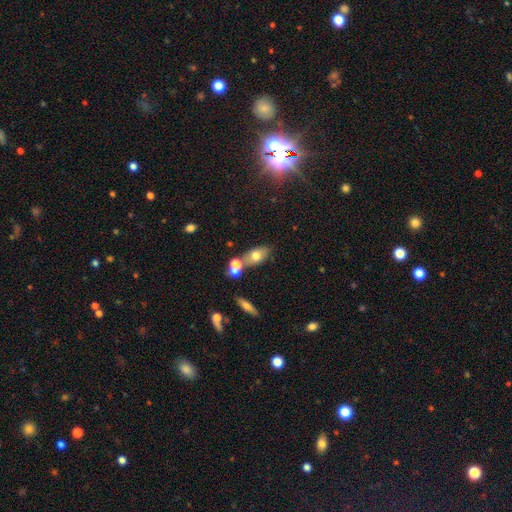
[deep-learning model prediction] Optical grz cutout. It shows a smooth galaxy with no disk features (67%) that is in between round and cigar-shaped (80%). Merging: none (55%).